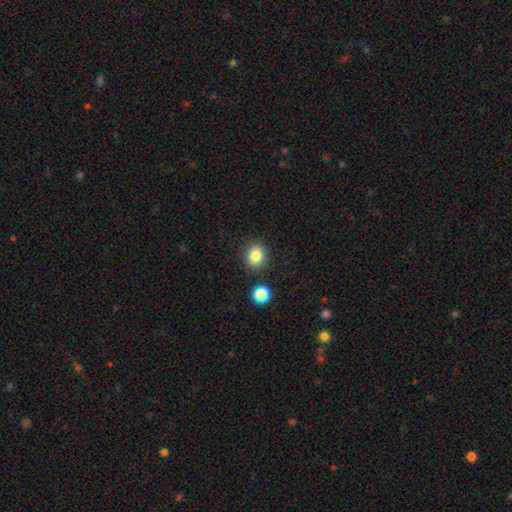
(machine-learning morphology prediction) Overall: smooth (85%). How rounded: round (72%). Merging: none (85%).